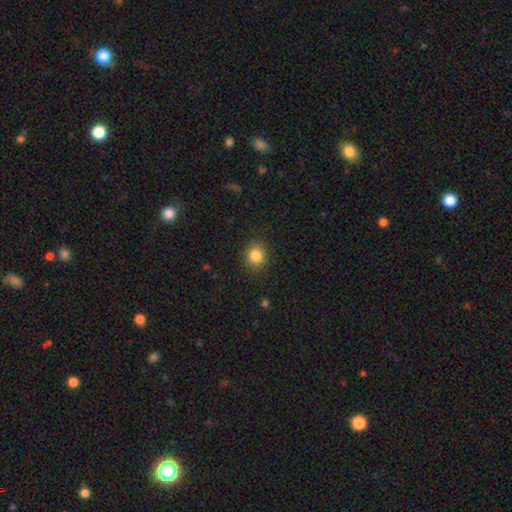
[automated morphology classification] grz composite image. It shows a smooth galaxy with no disk features (84%) that is round (78%). Merging: none (88%).